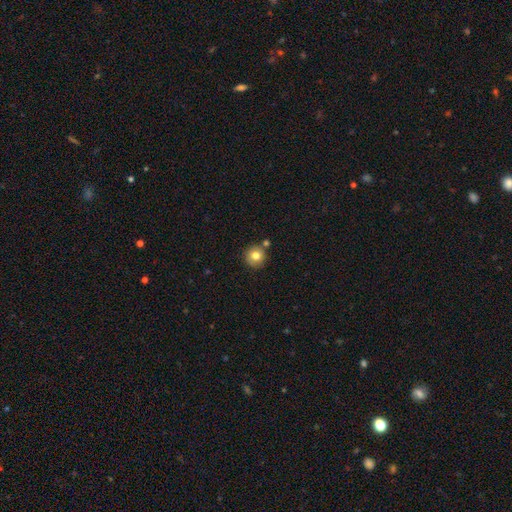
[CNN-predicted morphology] A smooth galaxy with no disk features (79%) that is round (94%). Merging: none (79%).